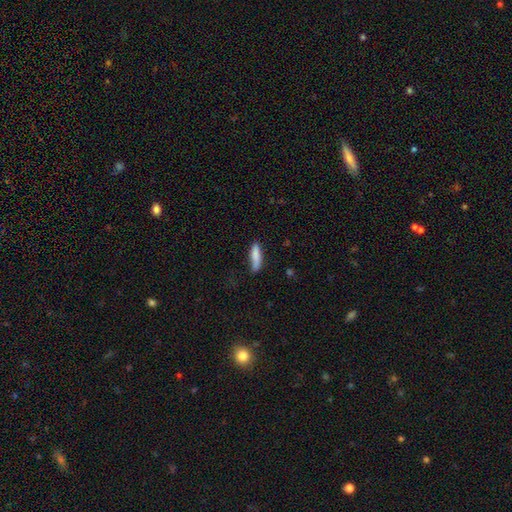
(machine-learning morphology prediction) type=smooth (81%); roundness=cigar-shaped (68%); merging=none (70%).